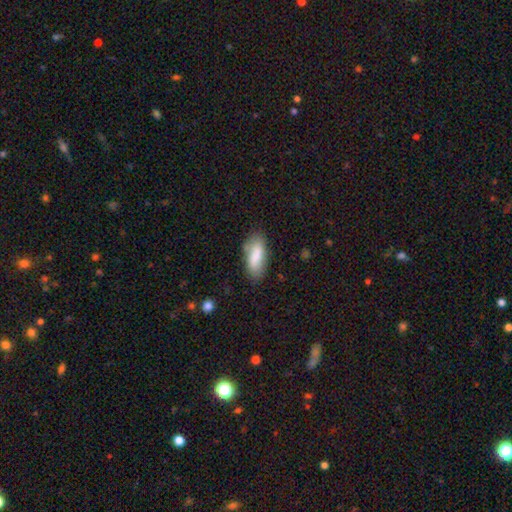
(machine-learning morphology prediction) type=smooth (81%); roundness=in between (78%); merging=none (72%).